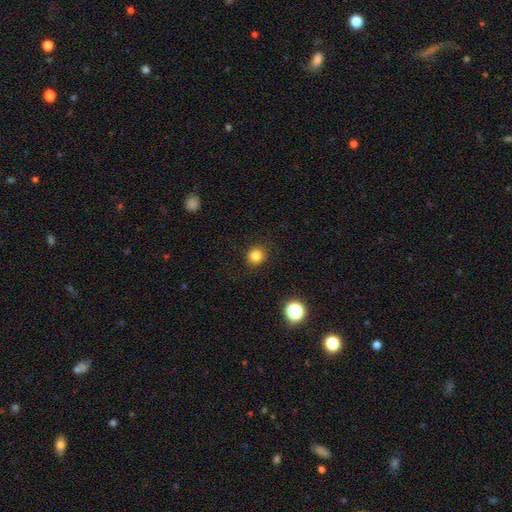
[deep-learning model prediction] Smooth or featured? Predicted: smooth (p=0.82). How rounded? Predicted: round (p=0.89). Merging? Predicted: none (p=0.90).